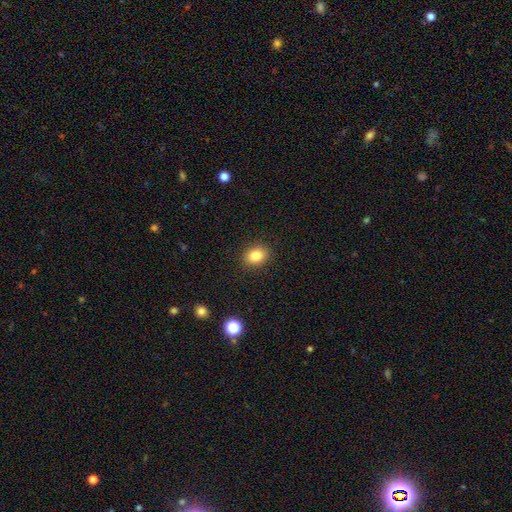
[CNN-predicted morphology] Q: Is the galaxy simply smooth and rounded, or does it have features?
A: smooth — 83%.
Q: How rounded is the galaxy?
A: in between — 55%.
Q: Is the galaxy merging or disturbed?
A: none — 89%.